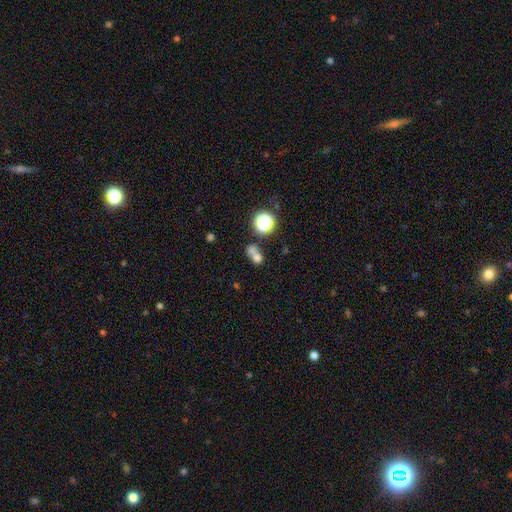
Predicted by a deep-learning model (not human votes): Smooth or featured: smooth — 68% (star or artifact — 19%)
How rounded: round — 70% (in between — 29%)
Merging: merger — 56% (none — 32%)